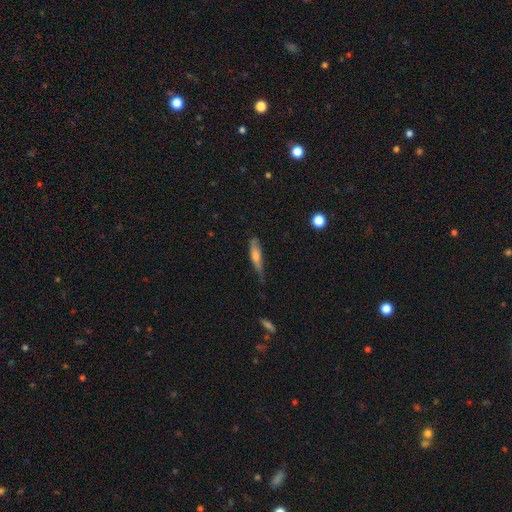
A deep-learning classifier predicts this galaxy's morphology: The model was most divided on "smooth or featured": smooth: 55%, featured or disk: 38%, star or artifact: 7%. More confident: how rounded — cigar-shaped (79%); merging — none (57%).